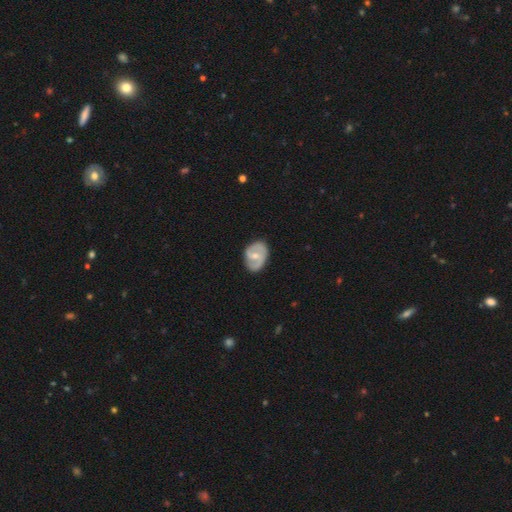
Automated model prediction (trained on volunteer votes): featured or disk 71%, smooth 24%, star or artifact 5%. Down the decision tree: edge-on disk — no (97%); bar — weak (51%); spiral arms — yes (85%); spiral arm count — 2 (80%); spiral winding — medium (47%); bulge size — moderate (51%); merging — none (73%).